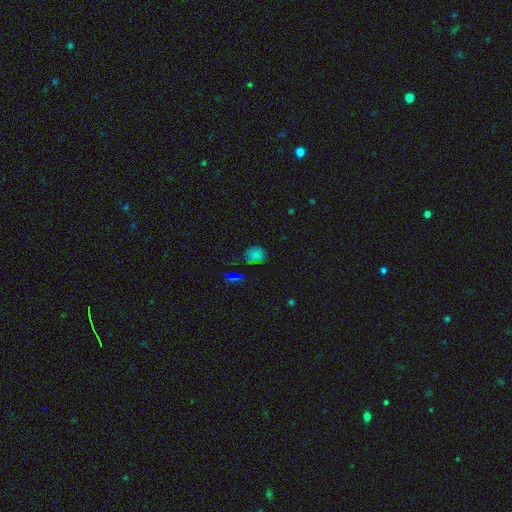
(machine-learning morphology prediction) The model was most divided on "how rounded": round: 63%, in between: 36%, cigar-shaped: 2%. More confident: merging — none (74%); smooth or featured — smooth (62%).